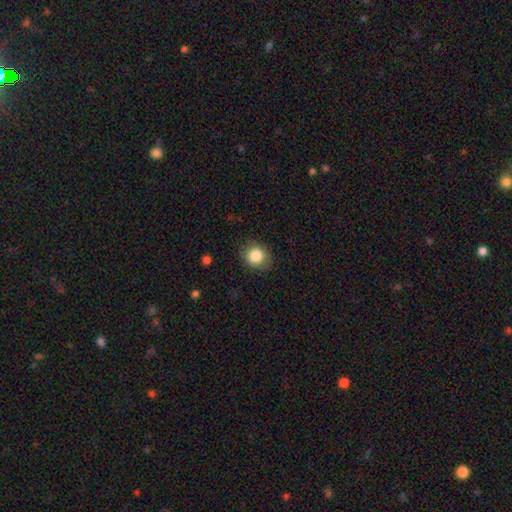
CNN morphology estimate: Smooth or featured? smooth (84%)
How rounded? round (72%)
Merging? none (84%)